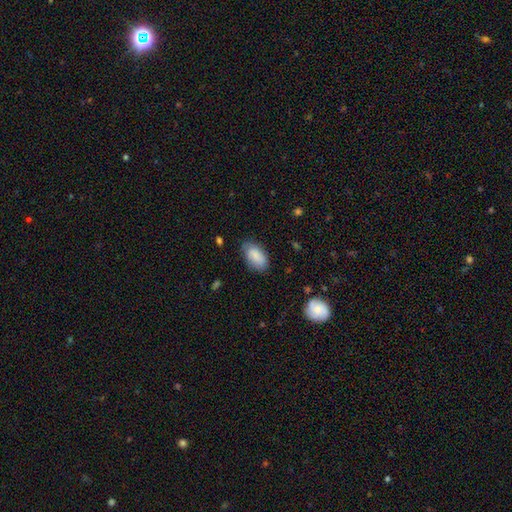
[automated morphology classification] Overall: smooth (83%). How rounded: in between (94%). Merging: none (69%).